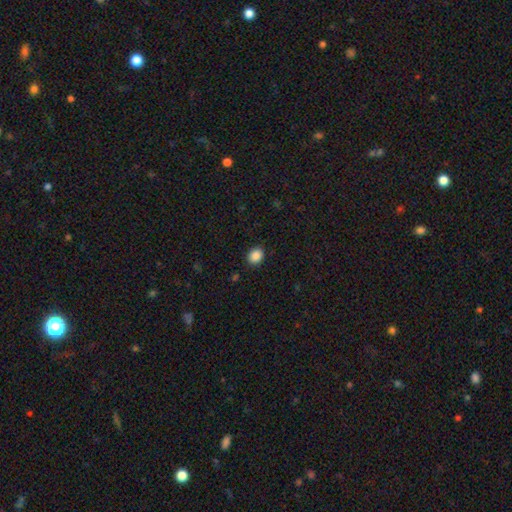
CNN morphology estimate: Smooth or featured: smooth — 88% (star or artifact — 9%)
How rounded: in between — 51% (round — 48%)
Merging: none — 89% (minor disturbance — 8%)